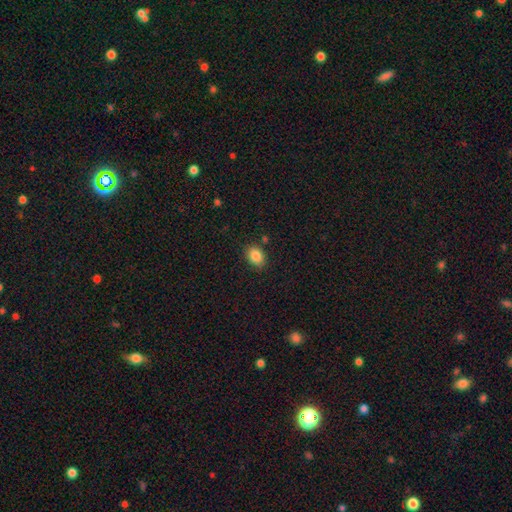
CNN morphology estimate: This appears to be a smooth galaxy with no disk features (87%) that is in between round and cigar-shaped (73%). Merging: none (84%).